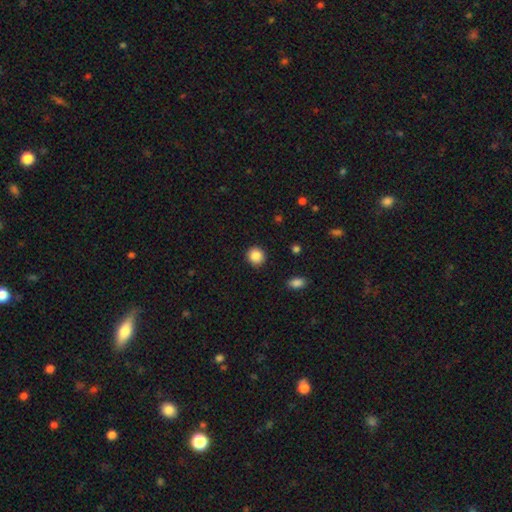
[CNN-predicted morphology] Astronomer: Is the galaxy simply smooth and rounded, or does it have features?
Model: smooth — 87%.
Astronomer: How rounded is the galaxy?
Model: round — 89%.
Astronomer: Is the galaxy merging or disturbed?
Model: none — 91%.